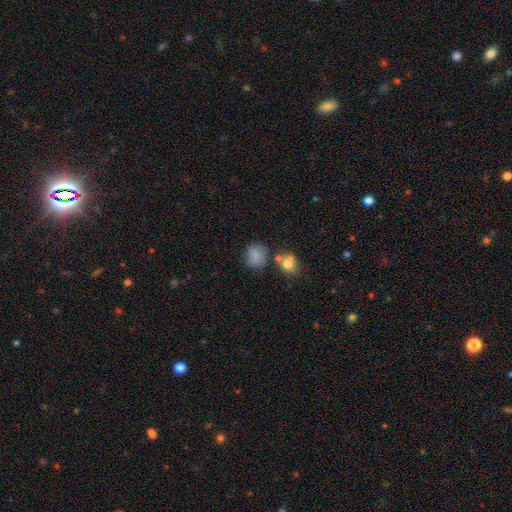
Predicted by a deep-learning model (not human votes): A smooth galaxy with no disk features (79%) that is round (70%).

Vote fractions:
- Smooth or featured? smooth: 79% / star or artifact: 11% / featured or disk: 10%
- How rounded? round: 70% / in between: 29% / cigar-shaped: 1%
- Merging? none: 59% / minor disturbance: 21% / merger: 14% / major disturbance: 7%